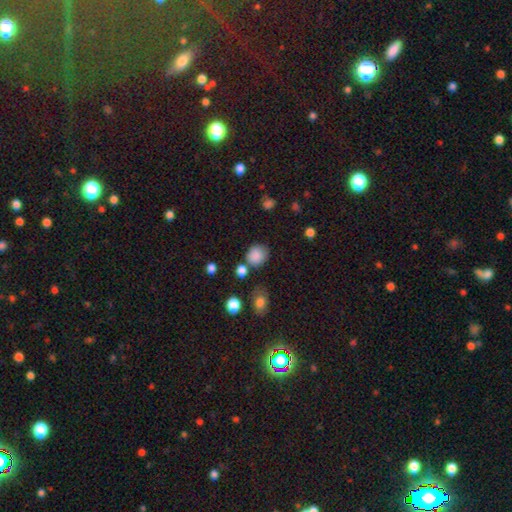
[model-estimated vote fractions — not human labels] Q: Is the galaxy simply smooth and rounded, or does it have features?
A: smooth — 86%.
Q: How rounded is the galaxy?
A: round — 75%.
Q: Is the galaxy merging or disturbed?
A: none — 69%.